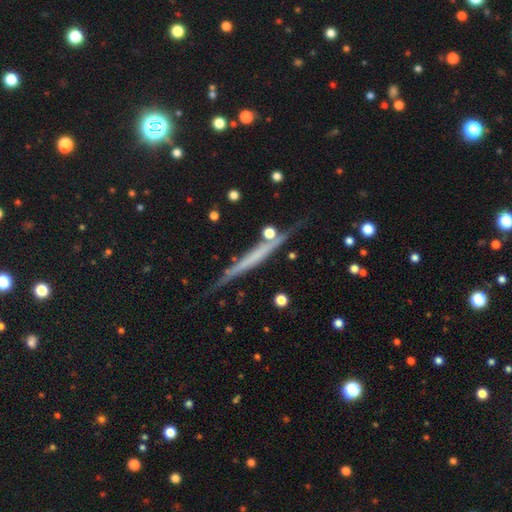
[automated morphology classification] Smooth or featured? Predicted: featured or disk (p=0.57). Edge-on disk? Predicted: yes (p=0.96). Edge-on bulge? Predicted: none (p=0.85). Merging? Predicted: none (p=0.78).